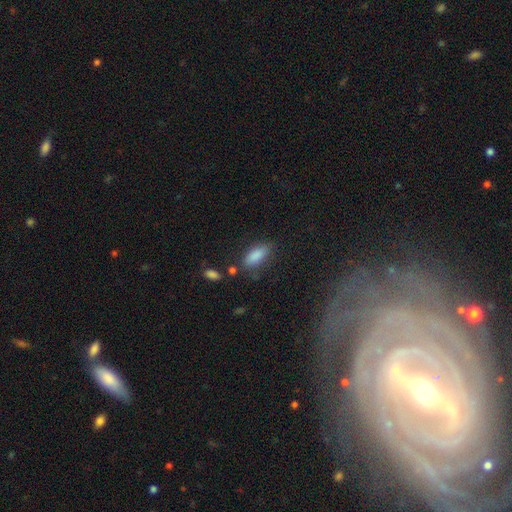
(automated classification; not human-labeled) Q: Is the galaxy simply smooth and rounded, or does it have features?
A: smooth — 85%.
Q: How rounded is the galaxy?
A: in between — 75%.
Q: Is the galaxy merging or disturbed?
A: none — 69%.